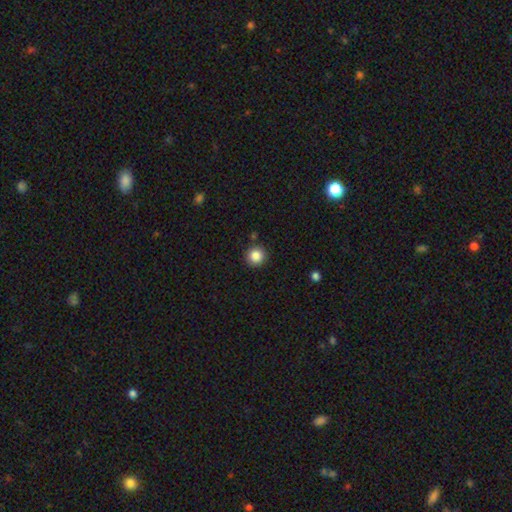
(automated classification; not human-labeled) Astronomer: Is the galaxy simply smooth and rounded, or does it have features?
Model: smooth — 85%.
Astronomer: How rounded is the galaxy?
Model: round — 95%.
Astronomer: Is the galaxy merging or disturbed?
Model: none — 89%.